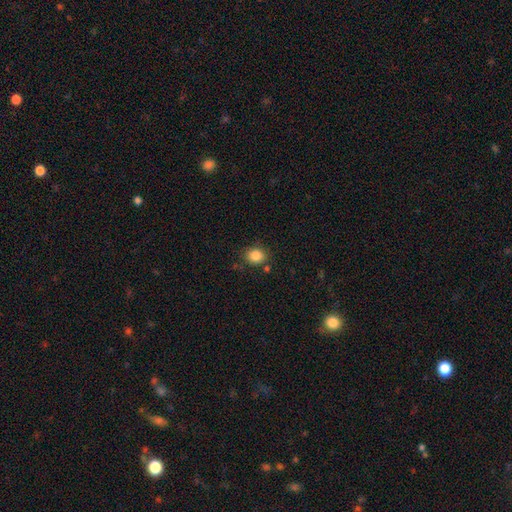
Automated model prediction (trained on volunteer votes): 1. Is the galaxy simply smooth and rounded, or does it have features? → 85% smooth, 10% star or artifact, 5% featured or disk.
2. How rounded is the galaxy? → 62% round, 37% in between, 1% cigar-shaped.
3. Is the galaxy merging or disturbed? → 77% none, 14% minor disturbance, 5% merger, 4% major disturbance.